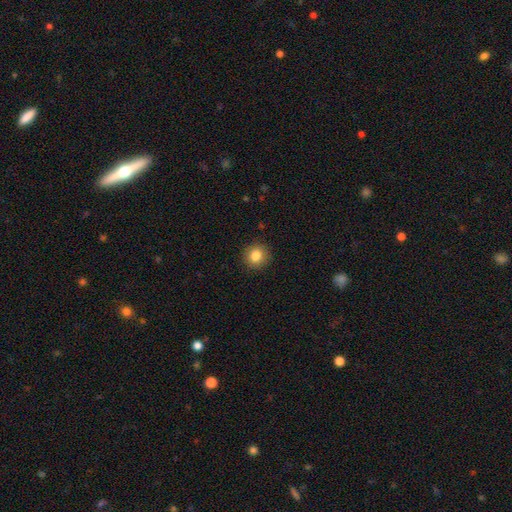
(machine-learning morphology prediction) smooth_or_featured: smooth (p=0.83) [alt: star or artifact p=0.10]
how_rounded: round (p=0.90) [alt: in between p=0.09]
merging: none (p=0.91) [alt: minor disturbance p=0.06]